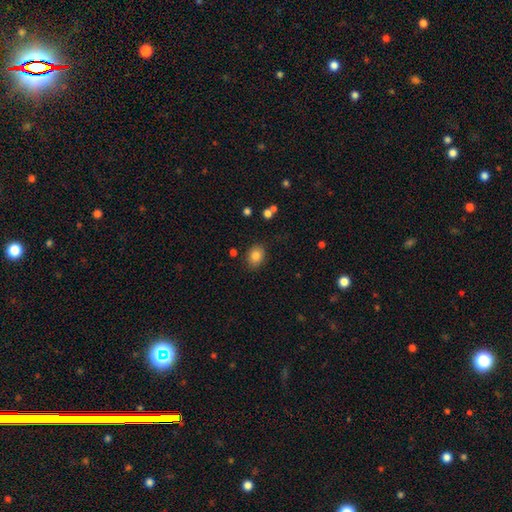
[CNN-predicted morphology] Overall: smooth (84%). How rounded: in between (55%; round 44%). Merging: none (84%).